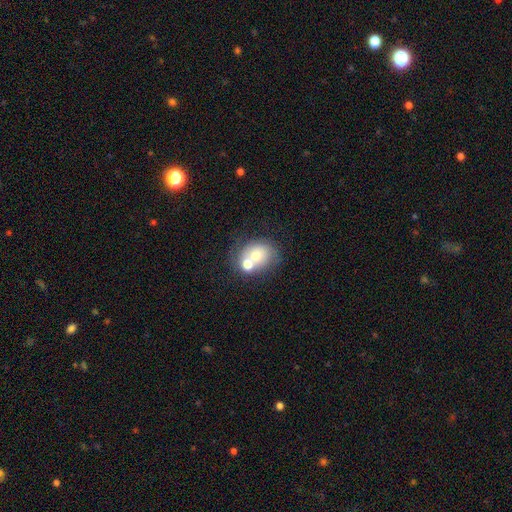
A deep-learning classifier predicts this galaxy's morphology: This is likely a smooth galaxy (64%). How rounded: likely round (60%). Merging: marginally none (43%).